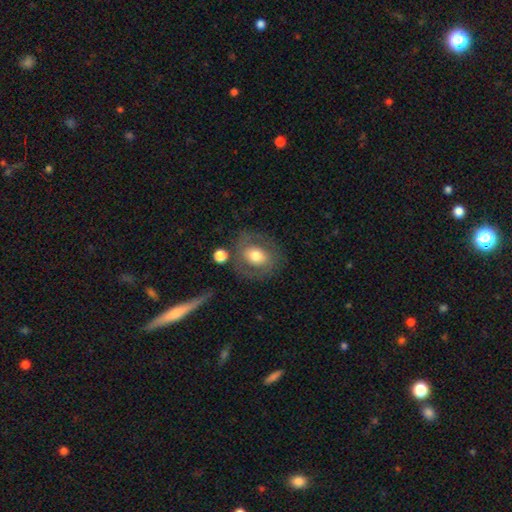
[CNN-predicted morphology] smooth 57%, featured or disk 34%, star or artifact 8%. Down the decision tree: how rounded — round (62%); merging — none (71%).